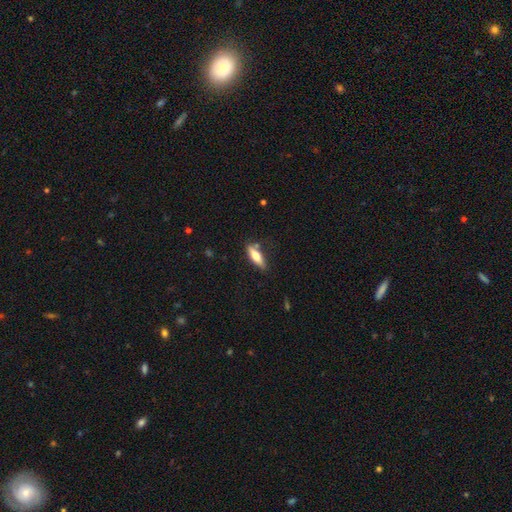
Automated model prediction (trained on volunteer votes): smooth 61%, featured or disk 33%, star or artifact 6%. Down the decision tree: how rounded — cigar-shaped (54%); merging — none (75%).